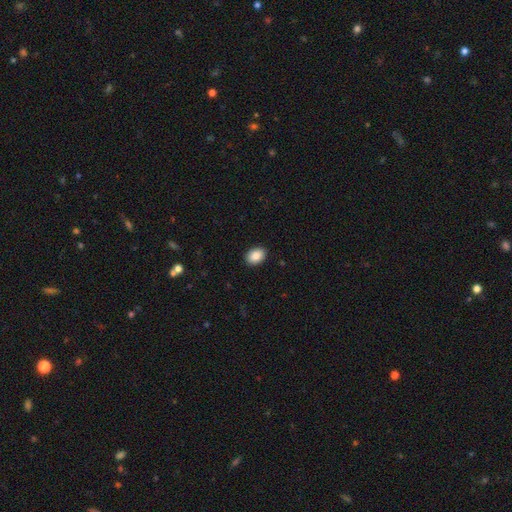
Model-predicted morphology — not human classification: Overall: smooth (89%). How rounded: in between (80%). Merging: none (90%).